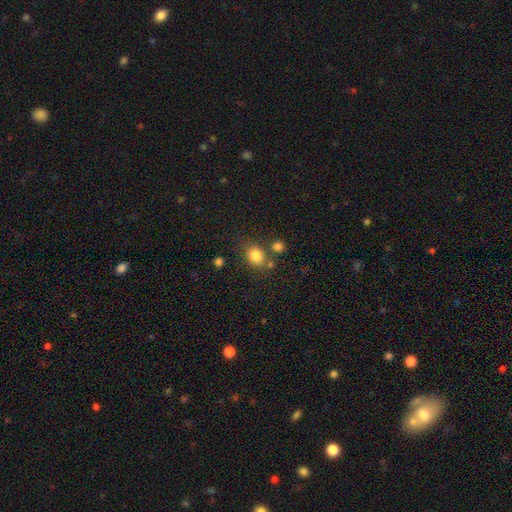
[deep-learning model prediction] smooth-or-featured: smooth: 82% | star or artifact: 11% | featured or disk: 7%
  how-rounded: round: 59% | in between: 40% | cigar-shaped: 1%
  merging: none: 68% | minor disturbance: 14% | merger: 13% | major disturbance: 5%